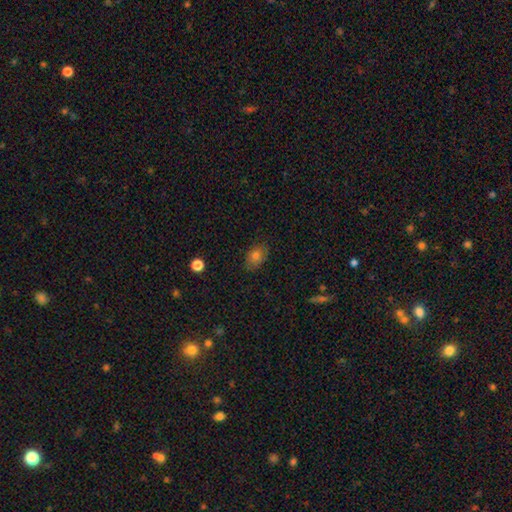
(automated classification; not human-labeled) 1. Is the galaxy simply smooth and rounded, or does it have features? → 72% smooth, 14% featured or disk, 13% star or artifact.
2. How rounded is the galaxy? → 79% in between, 19% round, 2% cigar-shaped.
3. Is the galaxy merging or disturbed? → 81% none, 15% minor disturbance, 3% major disturbance, 1% merger.